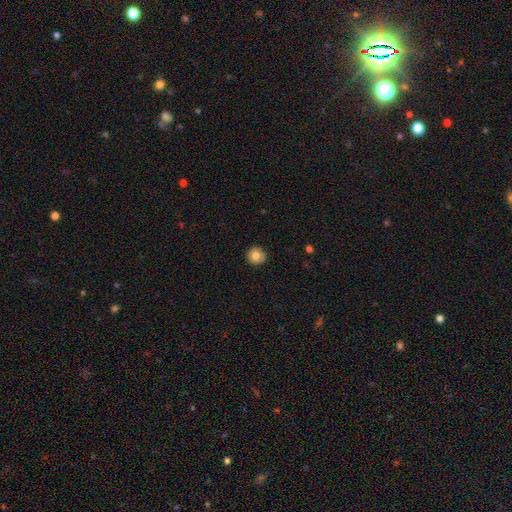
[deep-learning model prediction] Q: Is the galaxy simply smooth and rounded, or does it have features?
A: smooth — 79%.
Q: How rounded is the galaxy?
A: round — 94%.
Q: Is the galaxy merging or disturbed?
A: none — 89%.